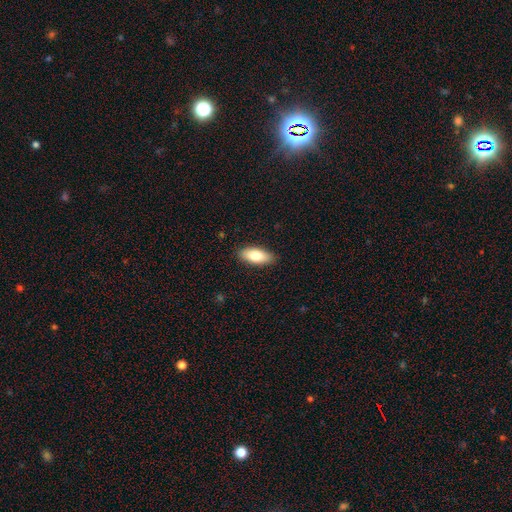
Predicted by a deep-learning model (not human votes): Smooth or featured? smooth (82%)
How rounded? in between (83%)
Merging? none (88%)